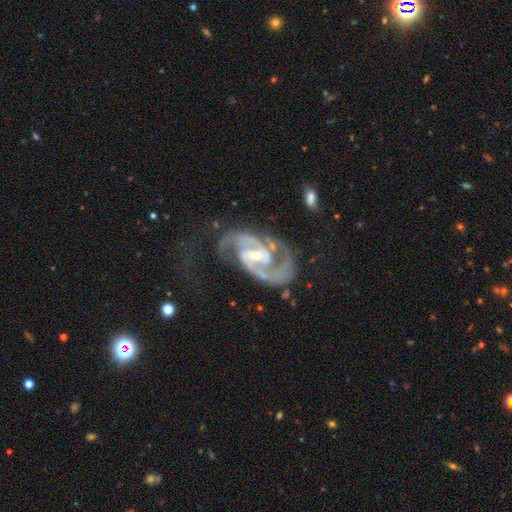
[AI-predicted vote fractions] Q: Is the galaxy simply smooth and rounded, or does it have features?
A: featured or disk — 92%.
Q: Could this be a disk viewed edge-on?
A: no — 98%.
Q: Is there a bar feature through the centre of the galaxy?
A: weak — 48%.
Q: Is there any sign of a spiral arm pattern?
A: yes — 98%.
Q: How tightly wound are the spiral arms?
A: medium — 59%.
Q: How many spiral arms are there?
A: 2 — 91%.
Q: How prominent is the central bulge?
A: moderate — 47%.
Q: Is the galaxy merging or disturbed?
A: none — 65%.